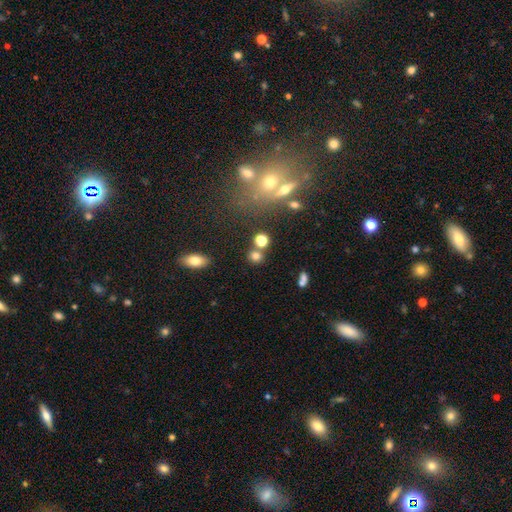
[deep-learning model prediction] Smooth or featured? smooth (75%)
How rounded? round (83%)
Merging? none (69%)